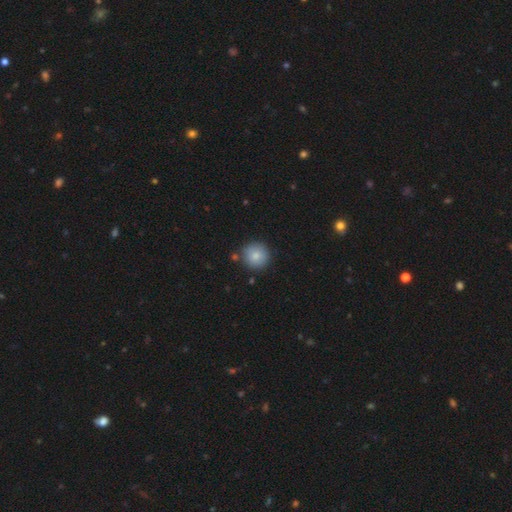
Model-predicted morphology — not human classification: Smooth or featured?
  - smooth: 83% *
  - star or artifact: 8%
  - featured or disk: 8%
How rounded?
  - round: 95% *
  - in between: 4%
  - cigar-shaped: 1%
Merging?
  - none: 85% *
  - minor disturbance: 9%
  - merger: 4%
  - major disturbance: 2%